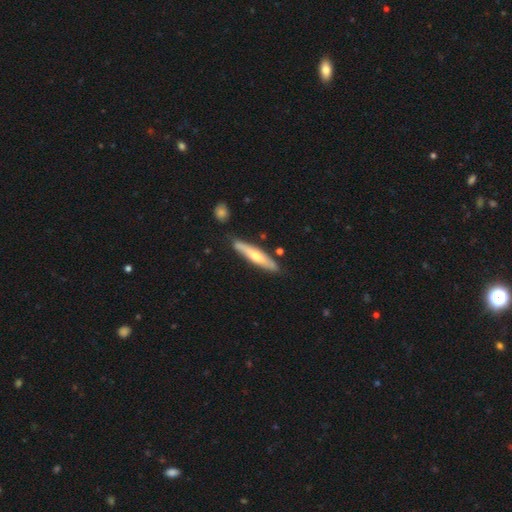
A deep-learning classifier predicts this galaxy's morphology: Overall: featured or disk (52%; smooth 43%). Edge-on disk: yes (84%). Merging: none (82%).